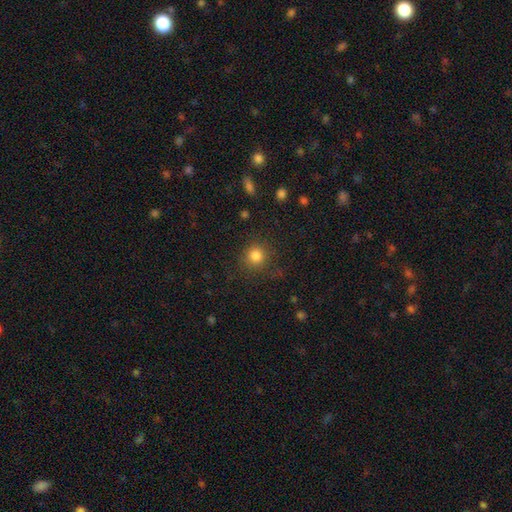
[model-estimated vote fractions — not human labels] Morphology: type=smooth (82%); roundness=round (91%); merging=none (84%).